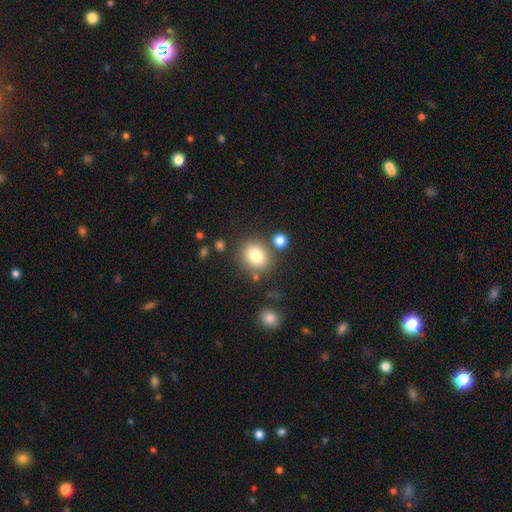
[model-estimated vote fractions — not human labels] Smooth or featured? smooth (80%)
How rounded? round (67%)
Merging? none (76%)